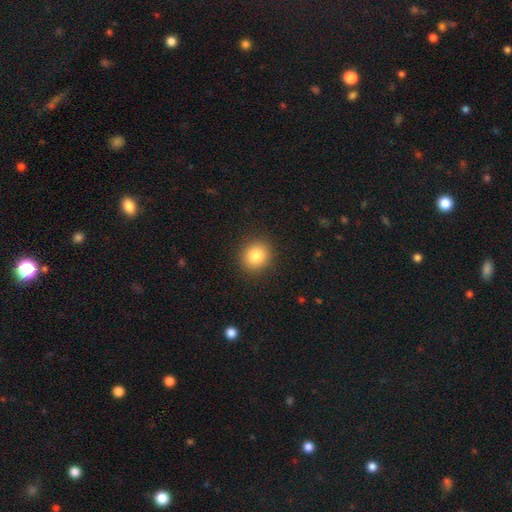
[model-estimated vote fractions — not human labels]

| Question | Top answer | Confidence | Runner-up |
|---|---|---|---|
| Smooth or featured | smooth | 85% | star or artifact (9%) |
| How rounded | round | 82% | in between (17%) |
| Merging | none | 90% | minor disturbance (6%) |